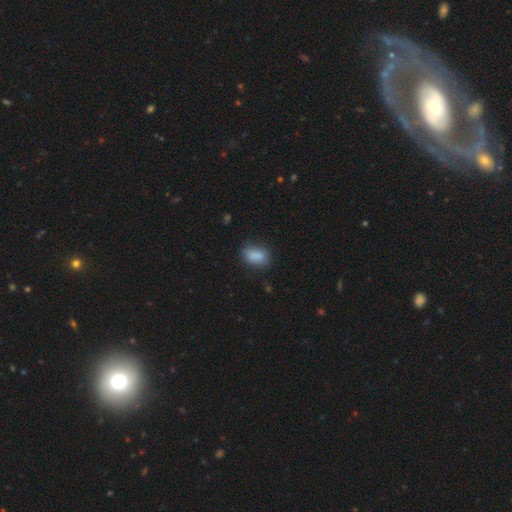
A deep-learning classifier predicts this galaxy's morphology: A smooth galaxy with no disk features (85%) that is in between round and cigar-shaped (83%). Merging: none (70%).